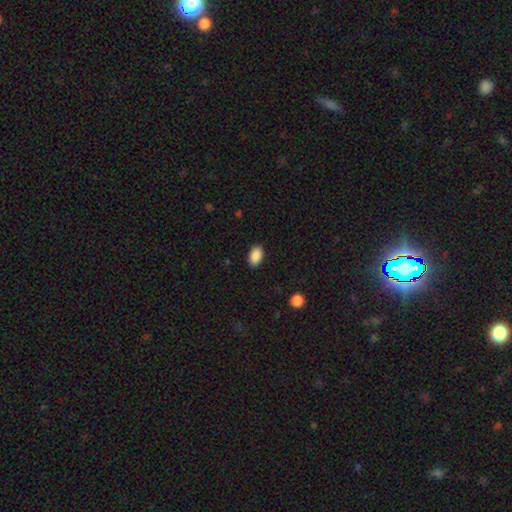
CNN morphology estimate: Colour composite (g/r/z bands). It shows a smooth galaxy with no disk features (90%) that is in between round and cigar-shaped (91%). Merging: none (88%).